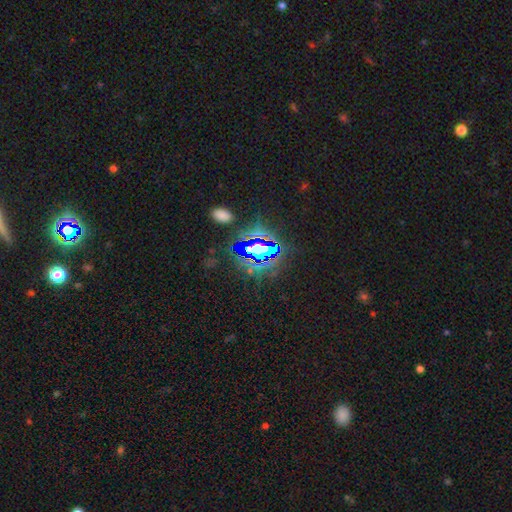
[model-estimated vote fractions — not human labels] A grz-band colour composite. It shows a star or artifact, not a galaxy (75%).